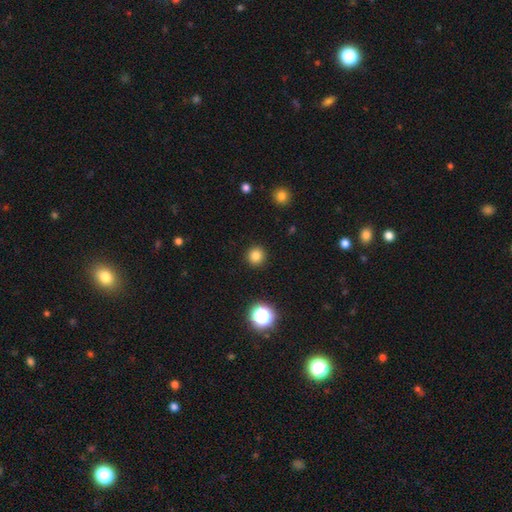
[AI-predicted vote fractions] Morphology: type=smooth (82%); roundness=round (94%); merging=none (92%).